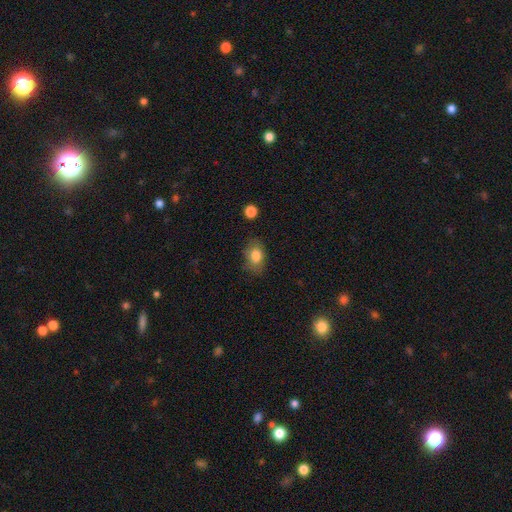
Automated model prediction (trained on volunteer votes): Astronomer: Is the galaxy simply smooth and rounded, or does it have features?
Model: smooth — 81%.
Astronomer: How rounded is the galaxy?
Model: in between — 77%.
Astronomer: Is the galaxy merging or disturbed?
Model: none — 74%.